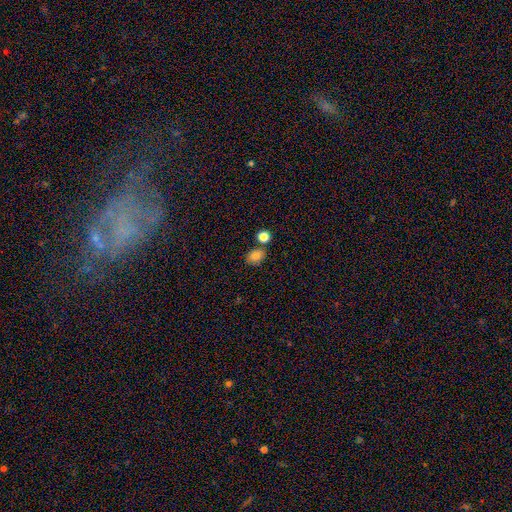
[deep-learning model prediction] Smooth or featured: smooth — 82% (star or artifact — 11%)
How rounded: in between — 56% (round — 43%)
Merging: none — 72% (merger — 13%)